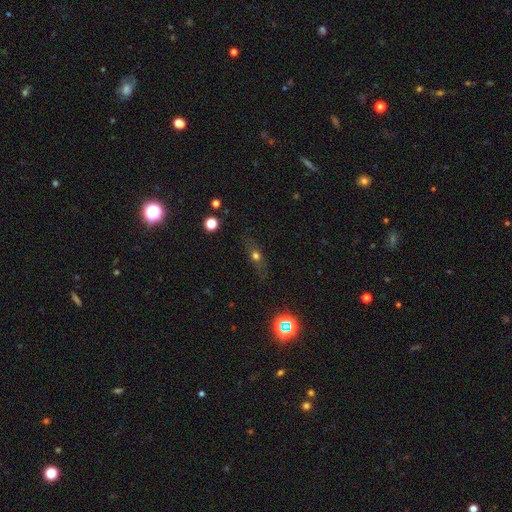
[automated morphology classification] Overall: smooth (49%; featured or disk 31%). Merging: none (78%).